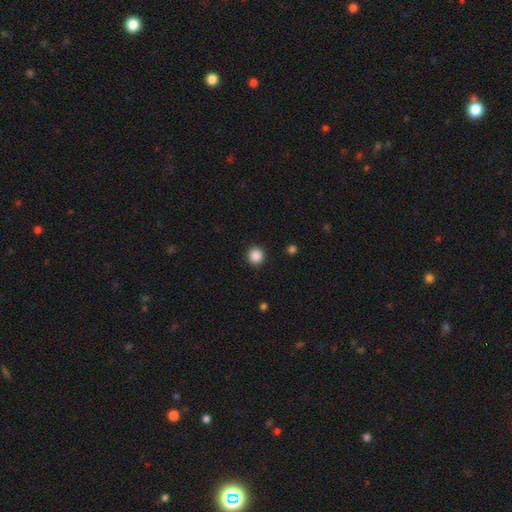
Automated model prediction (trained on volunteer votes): smooth-or-featured: smooth: 88% | star or artifact: 10% | featured or disk: 3%
  how-rounded: round: 94% | in between: 5% | cigar-shaped: 1%
  merging: none: 92% | minor disturbance: 5% | major disturbance: 2% | merger: 1%